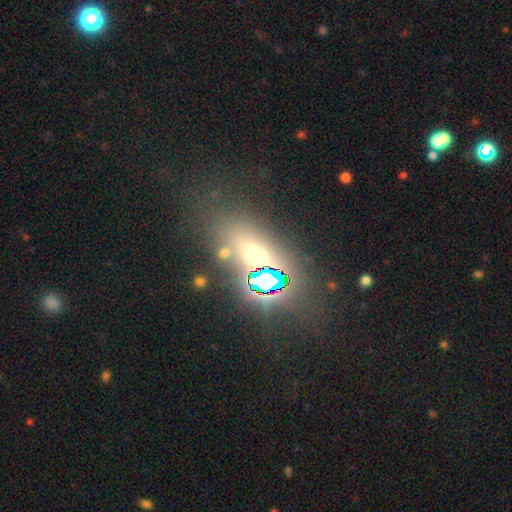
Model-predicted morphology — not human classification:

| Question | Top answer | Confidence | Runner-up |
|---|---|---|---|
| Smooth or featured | smooth | 43% | star or artifact (41%) |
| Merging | none | 68% | minor disturbance (13%) |